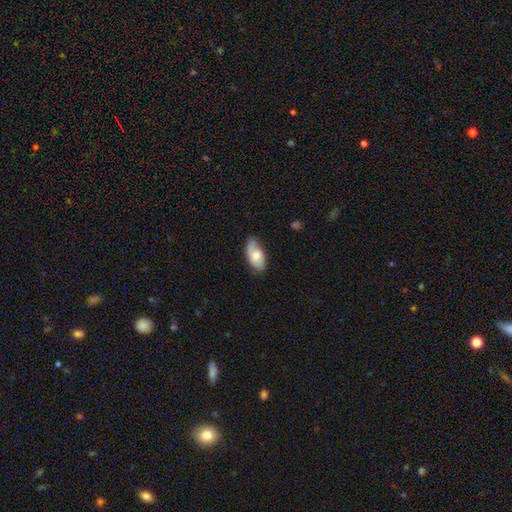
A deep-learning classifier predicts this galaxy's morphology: smooth 62%, featured or disk 32%, star or artifact 6%. Down the decision tree: how rounded — in between (94%); merging — none (64%).